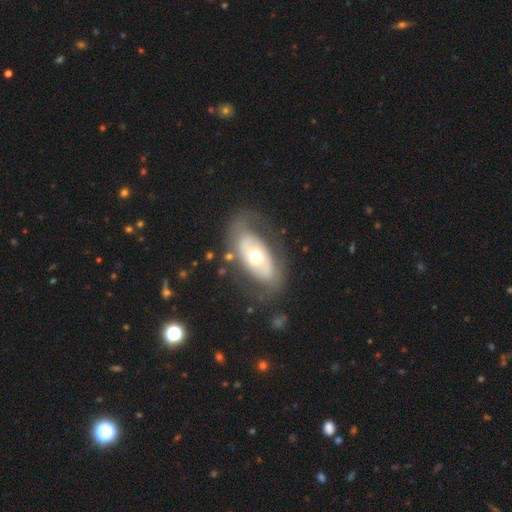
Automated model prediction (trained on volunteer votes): smooth-or-featured: featured or disk: 60% | smooth: 35% | star or artifact: 6%
  disk-edge-on: no: 90% | yes: 10%
    bar: no: 77% | weak: 15% | strong: 9%
    has-spiral-arms: no: 64% | yes: 36%
    bulge-size: moderate: 70% | large: 18% | small: 9% | dominant: 2% | none: 1%
  merging: none: 73% | minor disturbance: 15% | major disturbance: 10% | merger: 2%